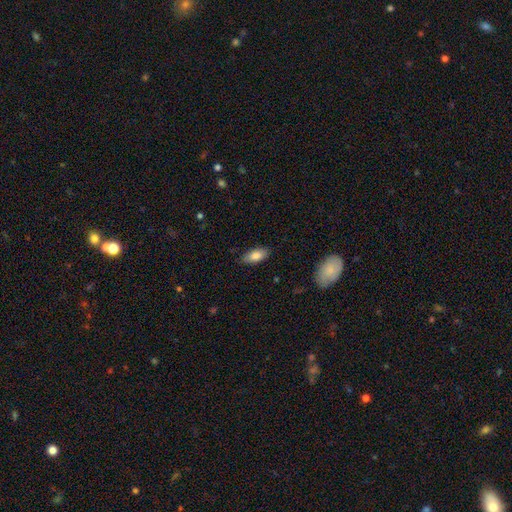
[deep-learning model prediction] smooth-or-featured: smooth: 82% | featured or disk: 11% | star or artifact: 7%
  how-rounded: in between: 87% | cigar-shaped: 11% | round: 3%
  merging: none: 86% | minor disturbance: 10% | major disturbance: 2% | merger: 1%